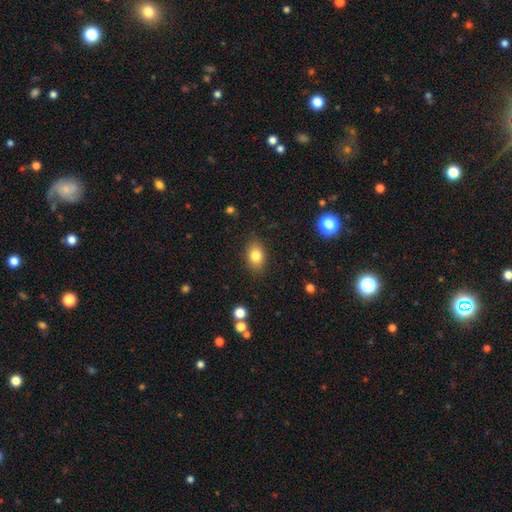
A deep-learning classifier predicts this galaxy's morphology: type=smooth (81%); roundness=in between (79%); merging=none (85%).